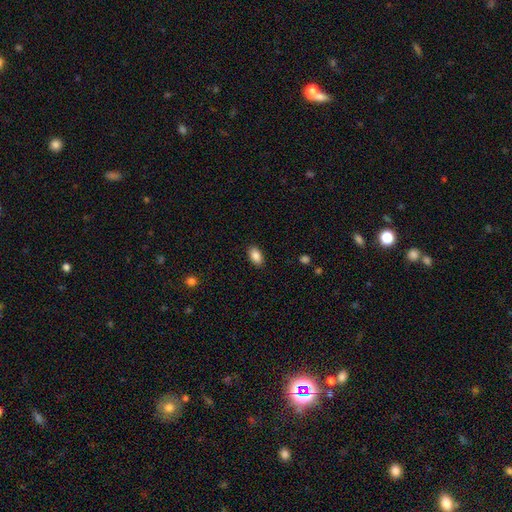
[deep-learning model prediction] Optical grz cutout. It shows a smooth galaxy with no disk features (88%) that is in between round and cigar-shaped (92%). Merging: none (89%).